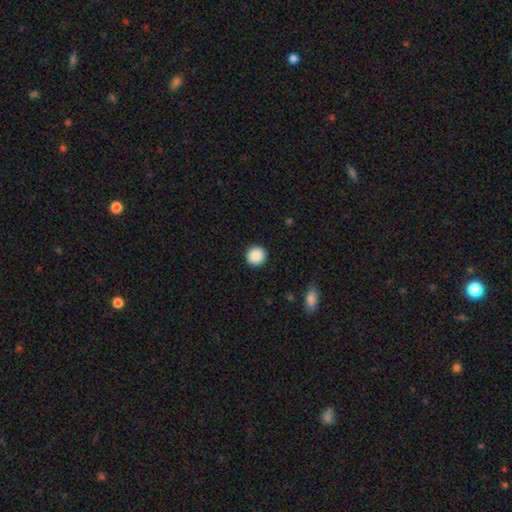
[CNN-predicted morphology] smooth 89%, star or artifact 8%, featured or disk 3%. Down the decision tree: how rounded — round (95%); merging — none (92%).